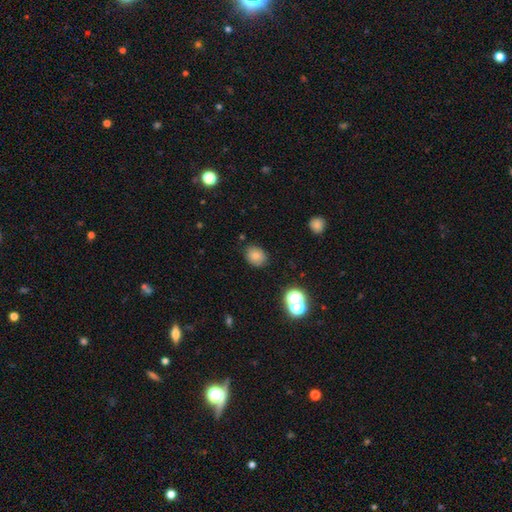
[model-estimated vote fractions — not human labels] Smooth or featured?
  - smooth: 78% *
  - star or artifact: 14%
  - featured or disk: 9%
How rounded?
  - round: 55% *
  - in between: 44%
  - cigar-shaped: 1%
Merging?
  - none: 83% *
  - minor disturbance: 12%
  - major disturbance: 3%
  - merger: 3%